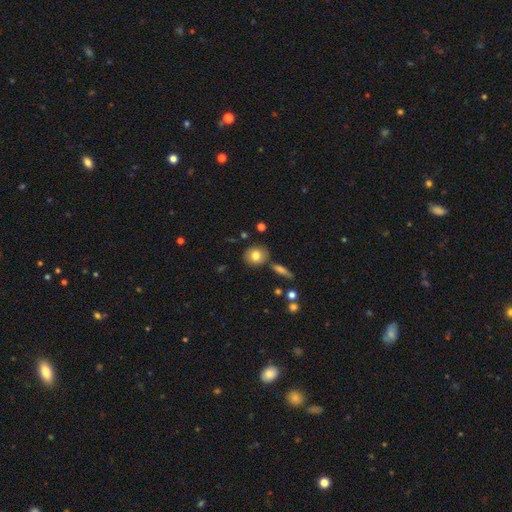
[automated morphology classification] This is likely a smooth galaxy (77%). How rounded: clearly round (81%). Merging: likely none (79%).